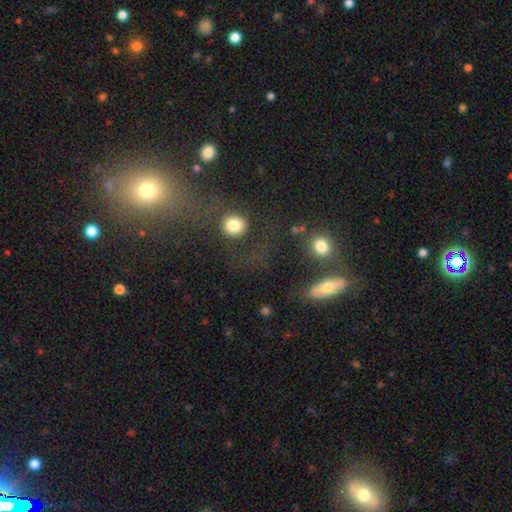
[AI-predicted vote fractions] smooth_or_featured: smooth (p=0.45) [alt: star or artifact p=0.32]
merging: none (p=0.51) [alt: merger p=0.19]